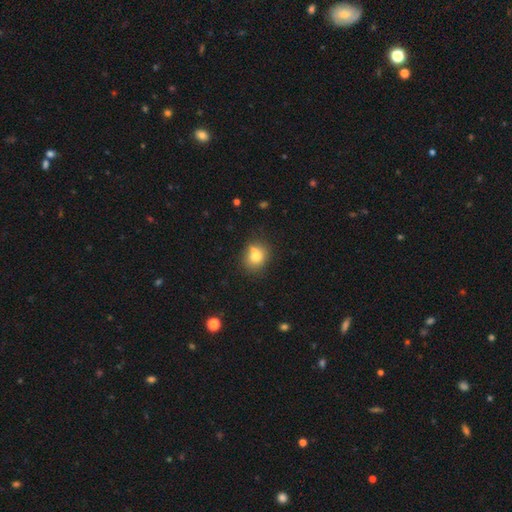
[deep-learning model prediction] This appears to be a smooth galaxy with no disk features (74%) that is round (70%). Merging: none (59%).